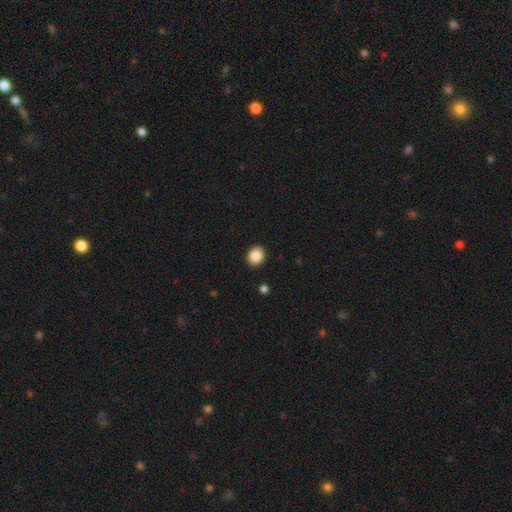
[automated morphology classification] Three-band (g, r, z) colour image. It shows a smooth galaxy with no disk features (87%) that is round (54%). Merging: none (91%).